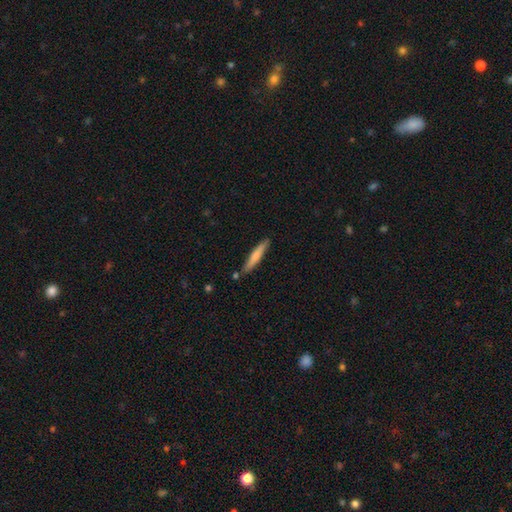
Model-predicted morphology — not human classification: Smooth or featured? smooth (67%)
How rounded? cigar-shaped (92%)
Merging? none (84%)